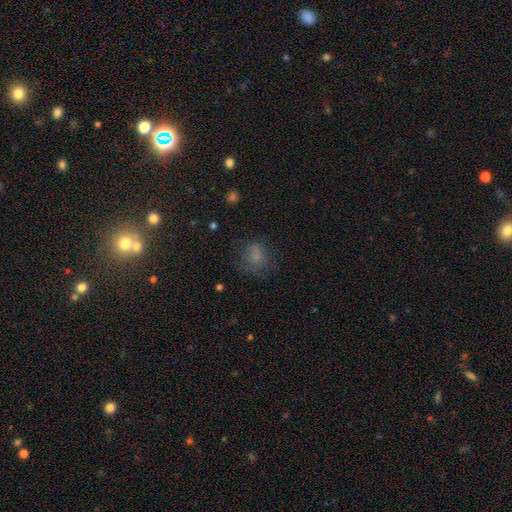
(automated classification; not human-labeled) smooth-or-featured: smooth: 70% | star or artifact: 17% | featured or disk: 13%
  how-rounded: round: 57% | in between: 42% | cigar-shaped: 1%
  merging: none: 58% | minor disturbance: 22% | major disturbance: 18% | merger: 2%